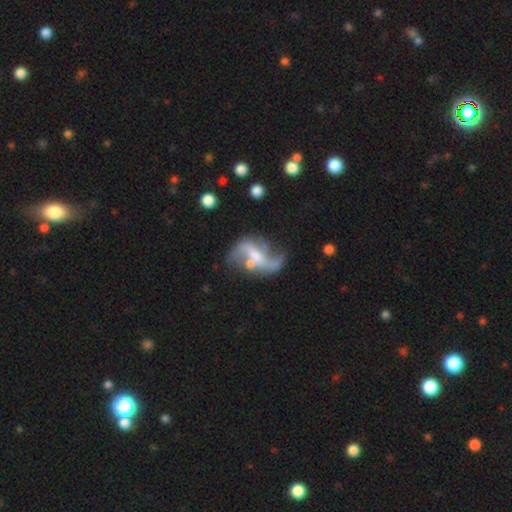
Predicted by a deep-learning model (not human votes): This is likely a featured or disk galaxy (79%). It is clearly not viewed edge-on (96%). Bar: marginally weak (40%). Spiral arm pattern: clearly yes (86%). Spiral arm count: clearly 2 (84%). Spiral winding: likely loose (79%). Central bulge: marginally moderate (34%). Merging: marginally none (43%).